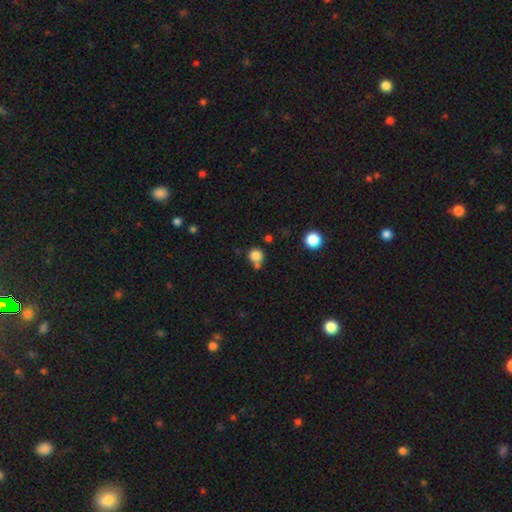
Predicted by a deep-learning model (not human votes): Q: Smooth or featured?
A: smooth (82%); runner-up: star or artifact (12%)
Q: How rounded?
A: round (91%); runner-up: in between (8%)
Q: Merging?
A: none (63%); runner-up: merger (23%)